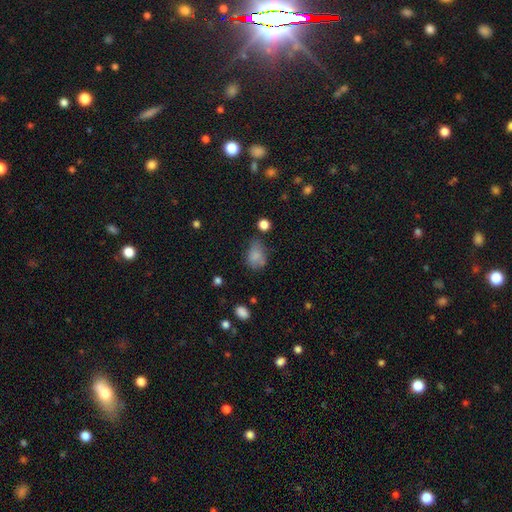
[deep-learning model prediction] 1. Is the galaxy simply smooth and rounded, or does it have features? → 77% smooth, 12% star or artifact, 11% featured or disk.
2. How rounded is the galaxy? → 71% in between, 27% round, 1% cigar-shaped.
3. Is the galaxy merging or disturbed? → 45% none, 32% minor disturbance, 15% major disturbance, 8% merger.